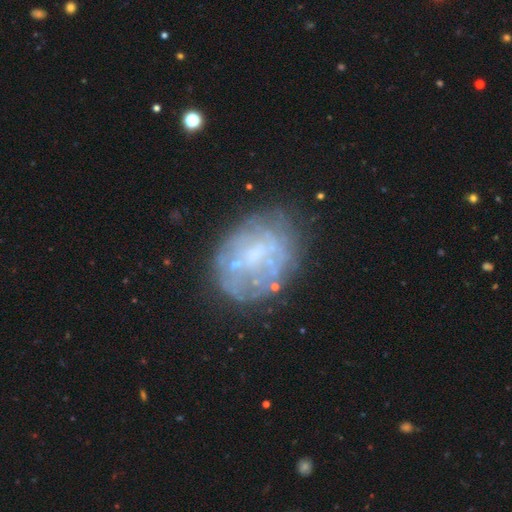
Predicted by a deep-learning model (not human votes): The model was most divided on "bulge size": none: 54%, small: 26%, moderate: 17%, large: 3%, dominant: 1%. More confident: edge-on disk — no (98%); spiral arms — no (77%); bar — no (76%); smooth or featured — featured or disk (59%); merging — none (58%).